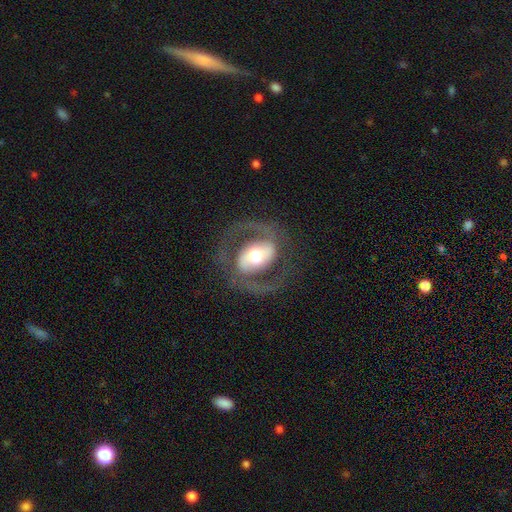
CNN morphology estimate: smooth_or_featured: featured or disk (p=0.81) [alt: smooth p=0.14]
disk_edge_on: no (p=0.96) [alt: yes p=0.04]
bar: strong (p=0.41) [alt: no p=0.30]
has_spiral_arms: yes (p=0.79) [alt: no p=0.21]
spiral_winding: medium (p=0.53) [alt: loose p=0.27]
spiral_arm_count: 2 (p=0.91) [alt: can't tell p=0.04]
bulge_size: moderate (p=0.61) [alt: large p=0.25]
merging: none (p=0.75) [alt: major disturbance p=0.12]